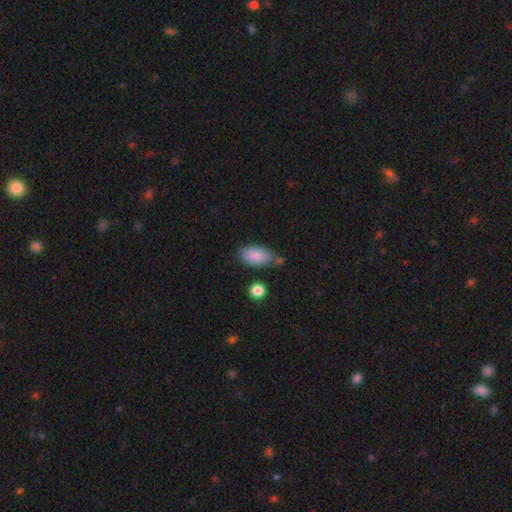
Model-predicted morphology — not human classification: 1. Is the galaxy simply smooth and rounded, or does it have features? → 87% smooth, 6% star or artifact, 6% featured or disk.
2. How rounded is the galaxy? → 93% in between, 4% round, 3% cigar-shaped.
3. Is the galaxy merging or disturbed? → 64% none, 22% minor disturbance, 9% merger, 5% major disturbance.